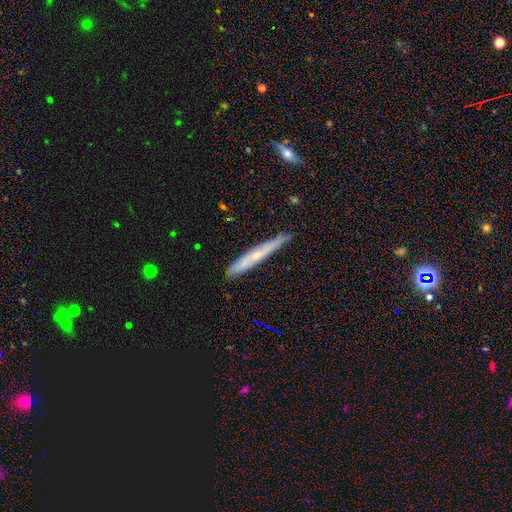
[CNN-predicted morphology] type=featured or disk (55%); edge-on=yes (89%); merging=none (83%).